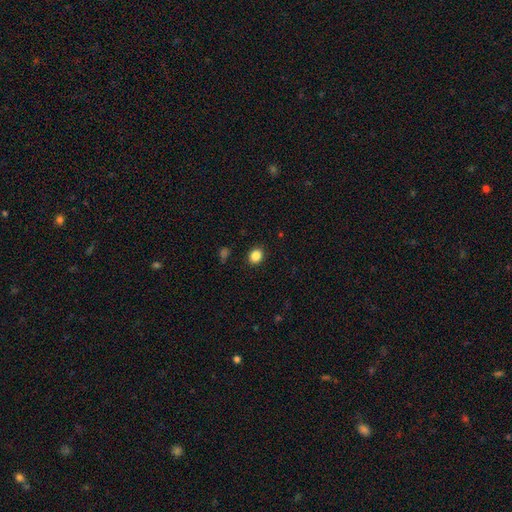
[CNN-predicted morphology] This appears to be a smooth galaxy with no disk features (86%) that is round (67%). Merging: none (90%).